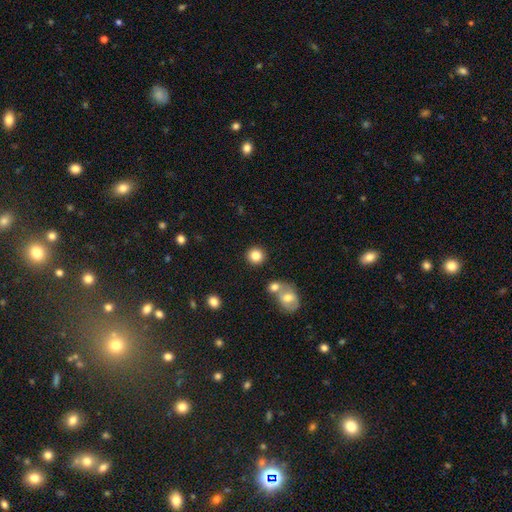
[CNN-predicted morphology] A smooth galaxy with no disk features (83%) that is round (92%). Merging: none (86%).